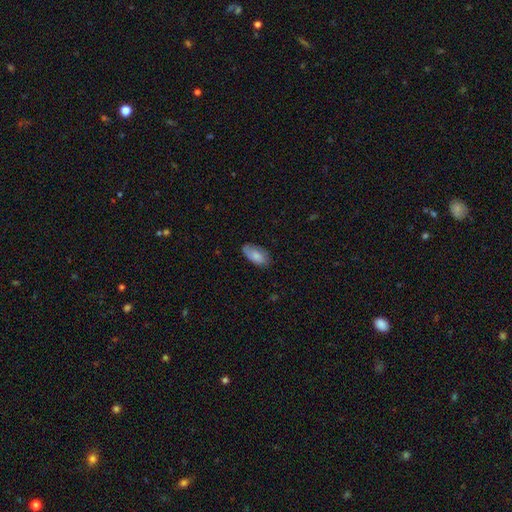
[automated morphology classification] type=smooth (83%); roundness=in between (93%); merging=none (75%).